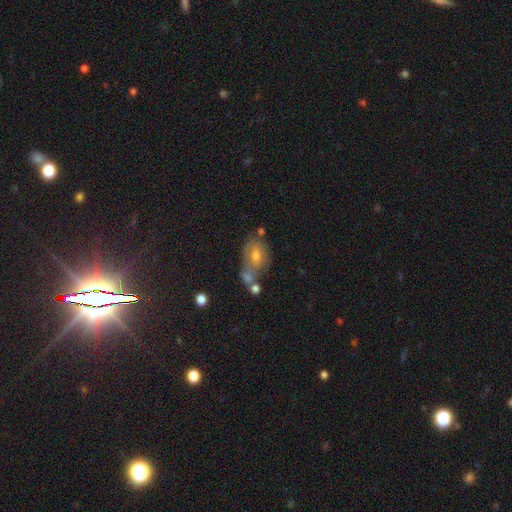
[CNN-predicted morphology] Overall: smooth (49%; featured or disk 36%). Merging: none (37%; merger 33%).